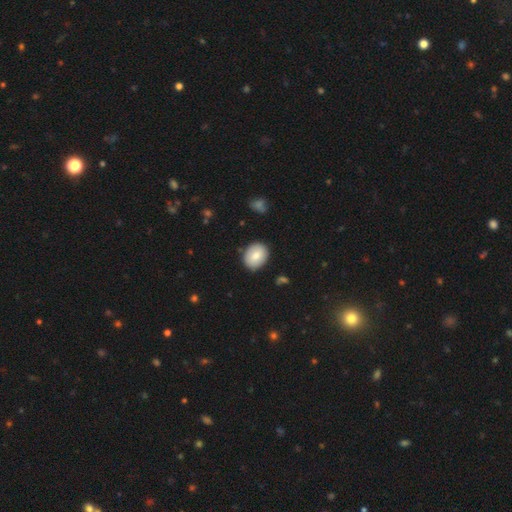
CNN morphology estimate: smooth_or_featured: smooth (p=0.81) [alt: featured or disk p=0.13]
how_rounded: in between (p=0.56) [alt: round p=0.43]
merging: none (p=0.86) [alt: minor disturbance p=0.11]